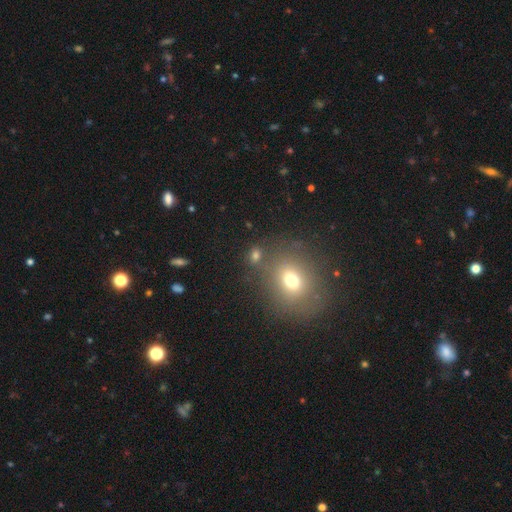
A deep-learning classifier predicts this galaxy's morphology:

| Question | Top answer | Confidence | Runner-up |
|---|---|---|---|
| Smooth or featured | smooth | 63% | star or artifact (25%) |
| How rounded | round | 62% | in between (35%) |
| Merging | none | 71% | merger (13%) |